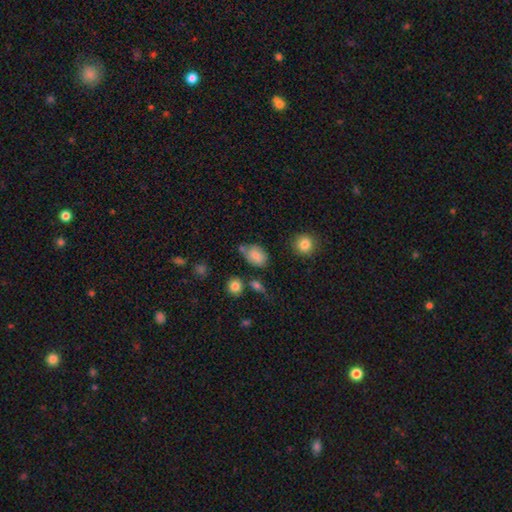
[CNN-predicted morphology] Smooth or featured: smooth — 75% (featured or disk — 15%)
How rounded: in between — 75% (round — 23%)
Merging: none — 58% (minor disturbance — 25%)